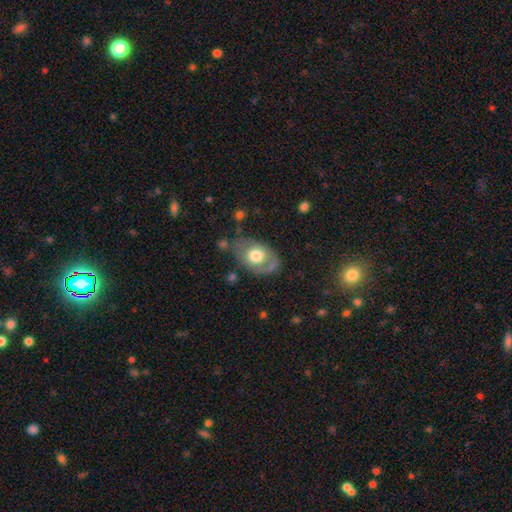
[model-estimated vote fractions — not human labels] A smooth galaxy with no disk features (58%) that is in between round and cigar-shaped (79%).

Vote fractions:
- Smooth or featured? smooth: 58% / featured or disk: 36% / star or artifact: 7%
- How rounded? in between: 79% / round: 20% / cigar-shaped: 1%
- Merging? none: 61% / minor disturbance: 24% / major disturbance: 11% / merger: 5%